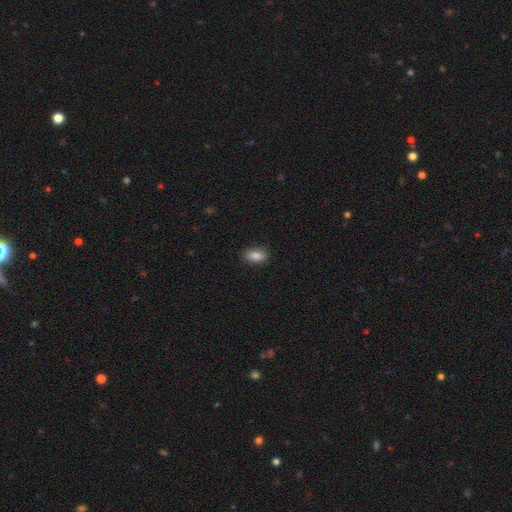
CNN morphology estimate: This appears to be a smooth galaxy with no disk features (85%) that is in between round and cigar-shaped (87%). Merging: none (87%).